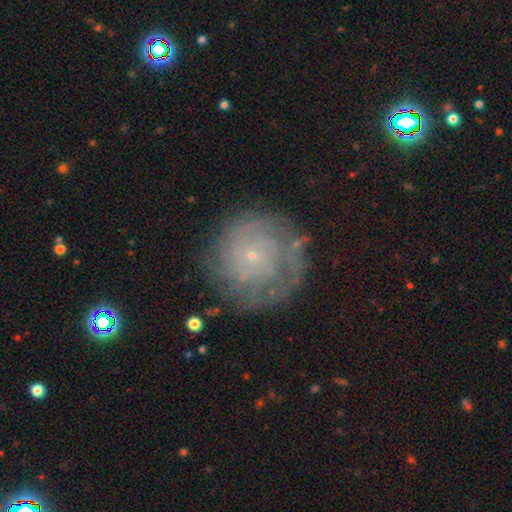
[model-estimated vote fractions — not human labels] A featured or disk galaxy (67%) with no bar (85%), tight (76%) spiral arms (82%) and a small central bulge (87%). Merging: none (77%).